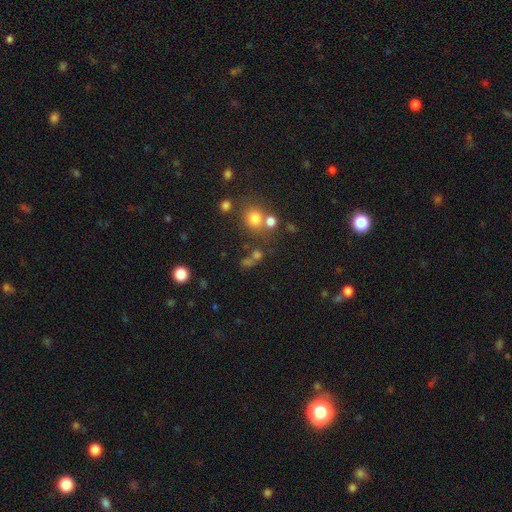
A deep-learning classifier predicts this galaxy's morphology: Smooth or featured? smooth (56%)
How rounded? round (71%)
Merging? none (59%)